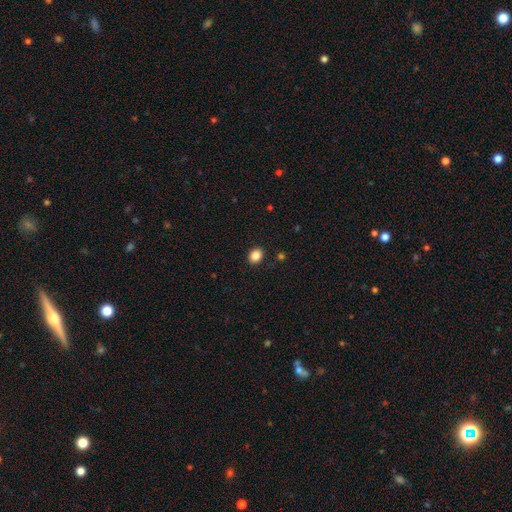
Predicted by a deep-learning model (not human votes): Overall: smooth (86%). How rounded: round (55%; in between 45%). Merging: none (90%).